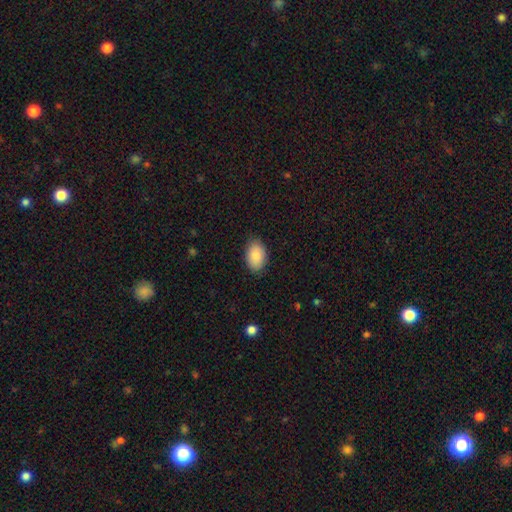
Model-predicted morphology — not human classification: smooth_or_featured: smooth (p=0.87) [alt: featured or disk p=0.07]
how_rounded: in between (p=0.90) [alt: round p=0.09]
merging: none (p=0.85) [alt: minor disturbance p=0.12]